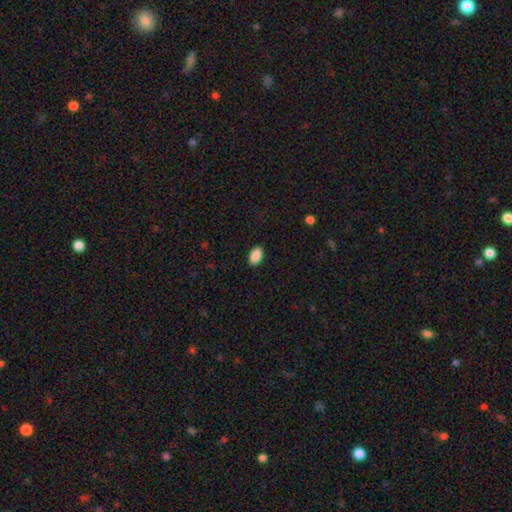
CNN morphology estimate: Smooth or featured? Predicted: smooth (p=0.90). How rounded? Predicted: in between (p=0.92). Merging? Predicted: none (p=0.89).